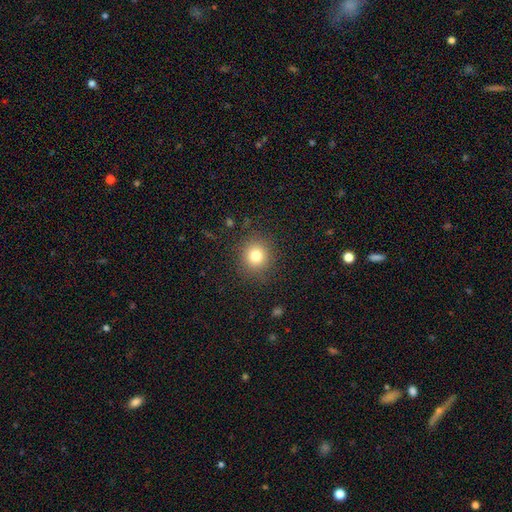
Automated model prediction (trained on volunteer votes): This appears to be a smooth galaxy with no disk features (79%) that is round (89%). Merging: none (87%).